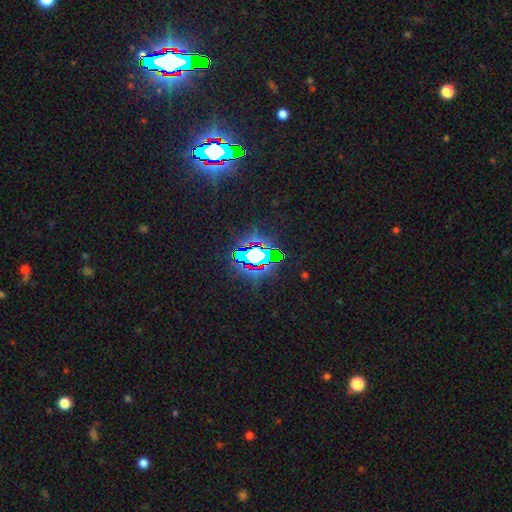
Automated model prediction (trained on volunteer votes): The model was most divided on "smooth or featured": star or artifact: 73%, smooth: 15%, featured or disk: 12%.